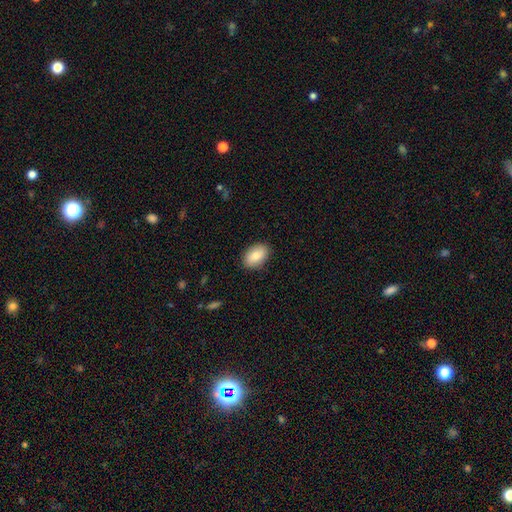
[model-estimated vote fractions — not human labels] Smooth or featured? Predicted: smooth (p=0.84). How rounded? Predicted: in between (p=0.88). Merging? Predicted: none (p=0.88).